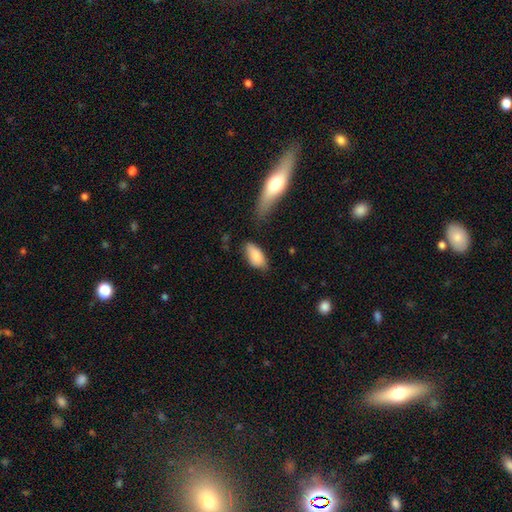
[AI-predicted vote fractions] This is clearly a smooth galaxy (85%). How rounded: clearly in between (91%). Merging: likely none (65%).